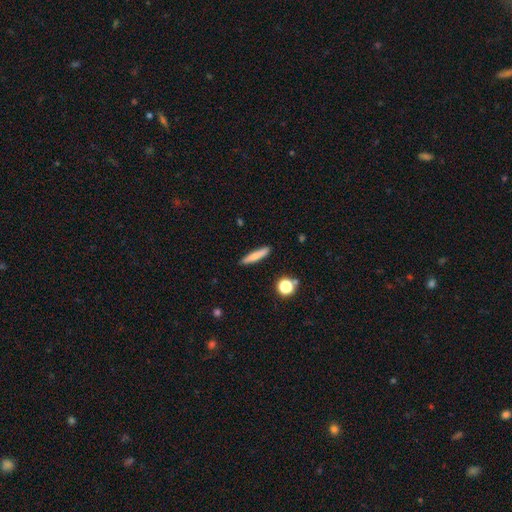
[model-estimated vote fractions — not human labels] Overall: smooth (76%). How rounded: cigar-shaped (88%). Merging: none (89%).